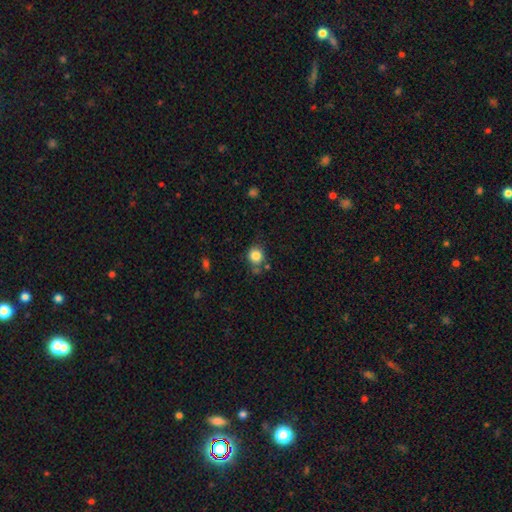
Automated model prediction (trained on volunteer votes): Smooth or featured? Predicted: smooth (p=0.84). How rounded? Predicted: round (p=0.82). Merging? Predicted: none (p=0.73).